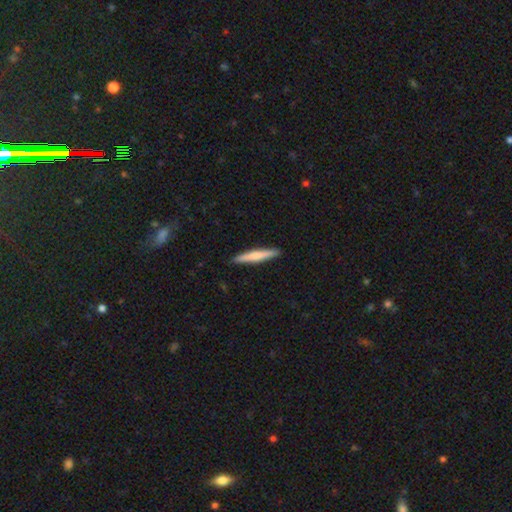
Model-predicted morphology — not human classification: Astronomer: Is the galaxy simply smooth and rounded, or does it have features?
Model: smooth — 63%.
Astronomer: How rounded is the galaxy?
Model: cigar-shaped — 94%.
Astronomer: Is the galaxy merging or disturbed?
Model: none — 92%.